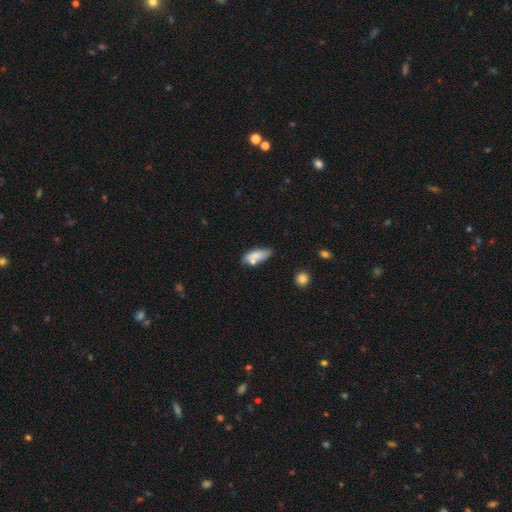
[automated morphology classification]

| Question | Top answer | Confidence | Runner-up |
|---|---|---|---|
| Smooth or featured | smooth | 77% | featured or disk (16%) |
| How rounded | in between | 74% | cigar-shaped (24%) |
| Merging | none | 62% | minor disturbance (21%) |